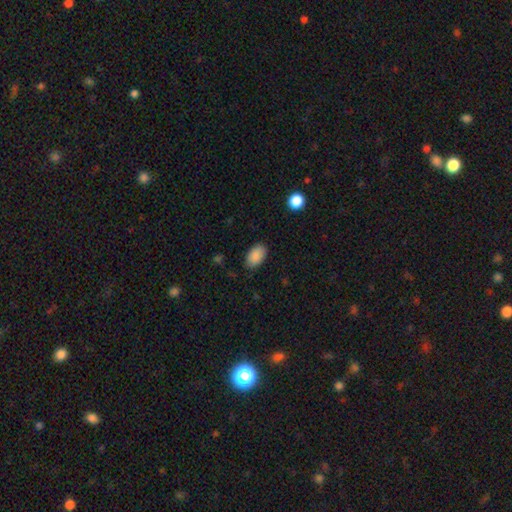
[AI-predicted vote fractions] A smooth galaxy with no disk features (89%) that is in between round and cigar-shaped (92%). Merging: none (85%).